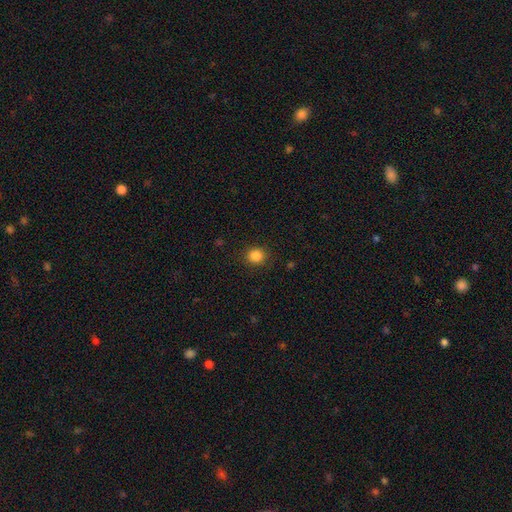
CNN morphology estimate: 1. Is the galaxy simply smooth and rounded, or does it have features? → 85% smooth, 11% star or artifact, 4% featured or disk.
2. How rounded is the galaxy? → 85% round, 15% in between, 1% cigar-shaped.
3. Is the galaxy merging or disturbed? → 89% none, 8% minor disturbance, 3% major disturbance, 1% merger.